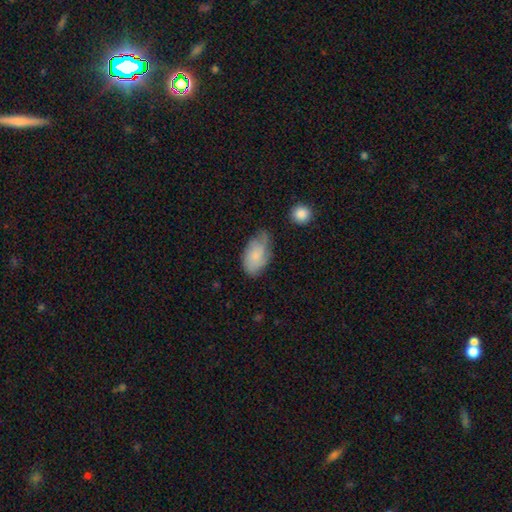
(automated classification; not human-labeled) Q: Smooth or featured?
A: smooth (71%); runner-up: featured or disk (22%)
Q: How rounded?
A: in between (93%); runner-up: round (5%)
Q: Merging?
A: none (51%); runner-up: minor disturbance (35%)